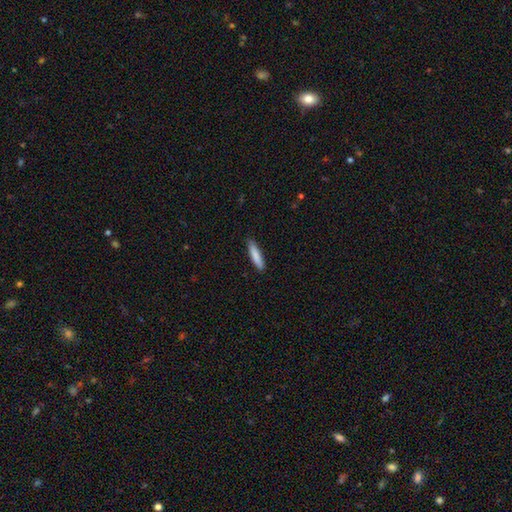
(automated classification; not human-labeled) A smooth galaxy with no disk features (85%) that is cigar-shaped (84%). Merging: none (87%).